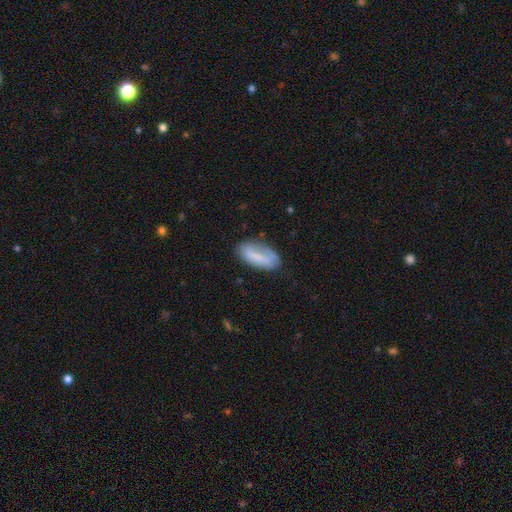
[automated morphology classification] Q: Smooth or featured?
A: smooth (68%); runner-up: featured or disk (24%)
Q: How rounded?
A: in between (76%); runner-up: cigar-shaped (21%)
Q: Merging?
A: none (67%); runner-up: minor disturbance (23%)